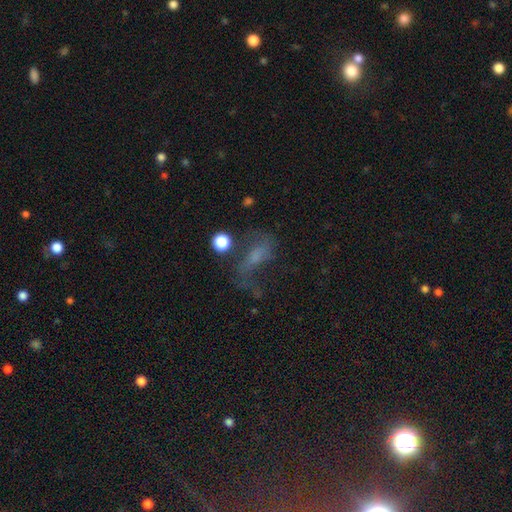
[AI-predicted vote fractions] Q: Smooth or featured?
A: featured or disk (42%); runner-up: smooth (36%)
Q: Merging?
A: none (39%); runner-up: major disturbance (34%)